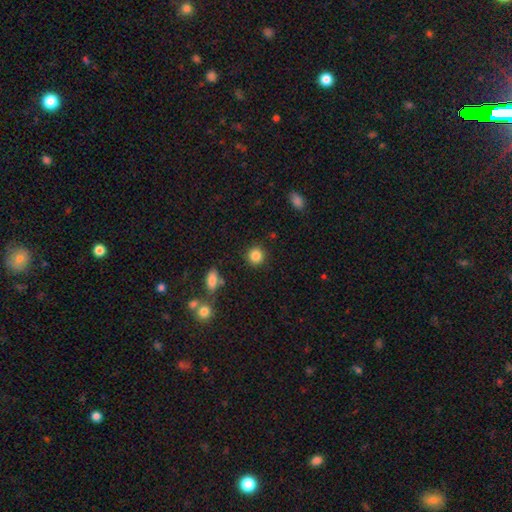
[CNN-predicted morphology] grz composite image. It shows a smooth galaxy with no disk features (86%) that is round (91%). Merging: none (88%).